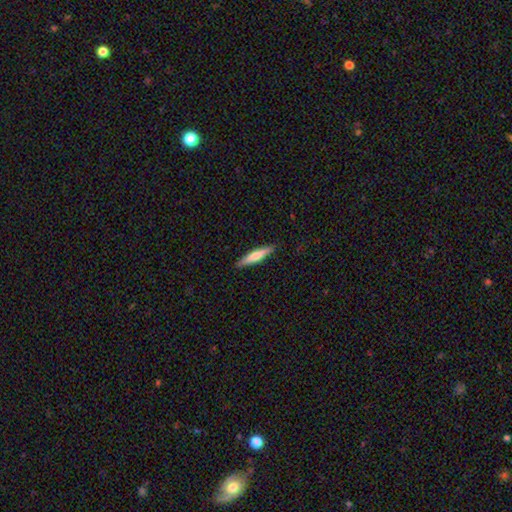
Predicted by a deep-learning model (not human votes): Smooth or featured? smooth (63%)
How rounded? cigar-shaped (90%)
Merging? none (90%)